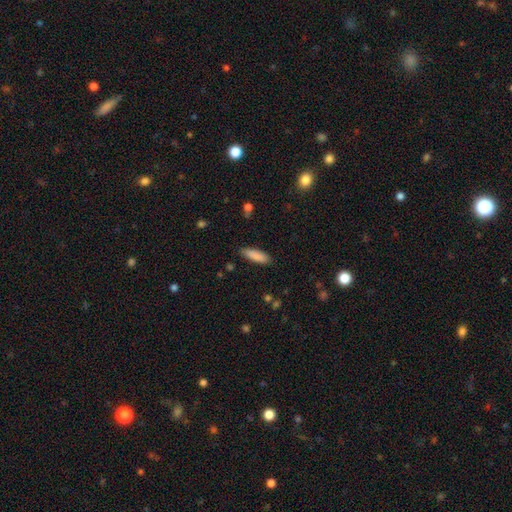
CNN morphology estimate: This is clearly a smooth galaxy (88%). How rounded: possibly cigar-shaped (56%). Merging: clearly none (87%).